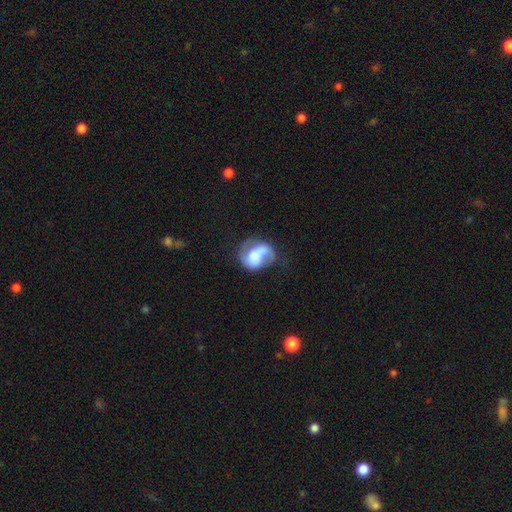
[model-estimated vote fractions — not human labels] The model was most divided on "merging": none: 33%, major disturbance: 31%, minor disturbance: 26%, merger: 10%. Remaining: edge-on disk — no (98%); spiral arms — yes (73%); bar — no (63%); smooth or featured — featured or disk (56%); bulge size — moderate (32%).